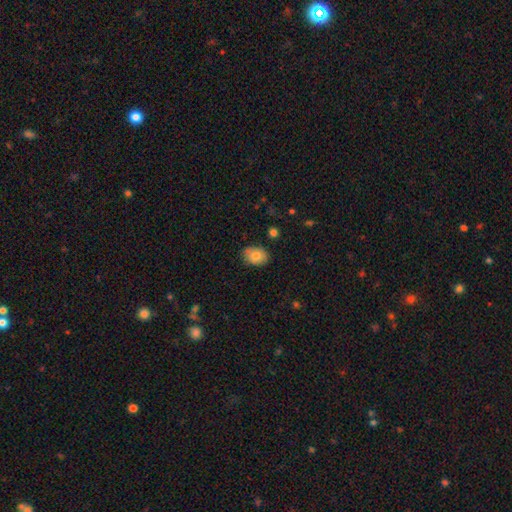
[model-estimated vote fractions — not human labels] Smooth or featured? smooth (81%)
How rounded? in between (73%)
Merging? none (80%)